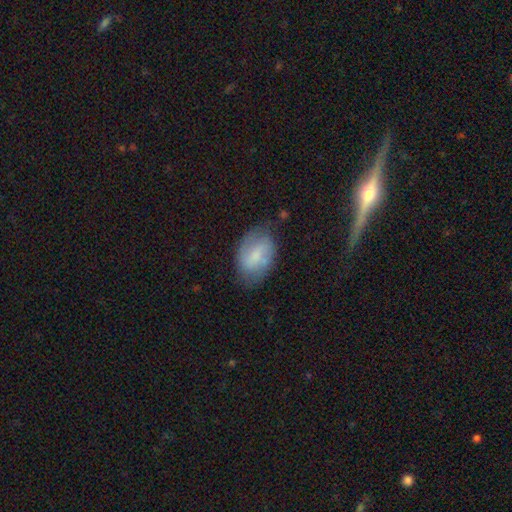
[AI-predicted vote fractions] A smooth galaxy with no disk features (54%) that is in between round and cigar-shaped (87%). Merging: none (66%).